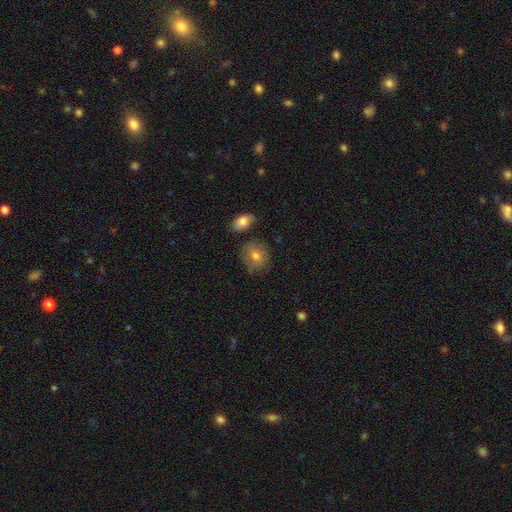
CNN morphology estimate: A smooth galaxy with no disk features (70%) that is round (67%).

Vote fractions:
- Smooth or featured? smooth: 70% / featured or disk: 21% / star or artifact: 9%
- How rounded? round: 67% / in between: 31% / cigar-shaped: 2%
- Merging? none: 71% / minor disturbance: 19% / merger: 5% / major disturbance: 5%